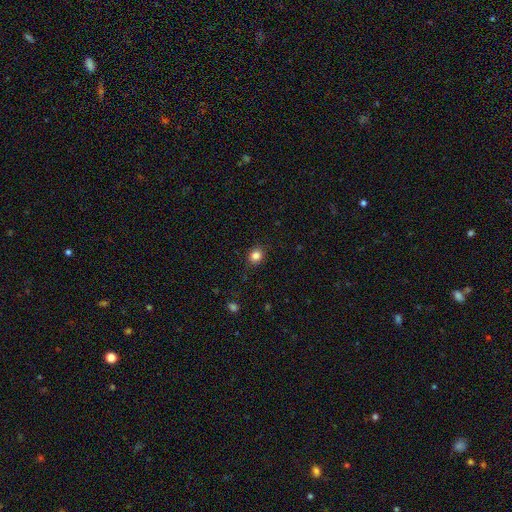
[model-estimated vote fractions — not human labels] Smooth or featured? smooth (84%)
How rounded? round (69%)
Merging? none (87%)